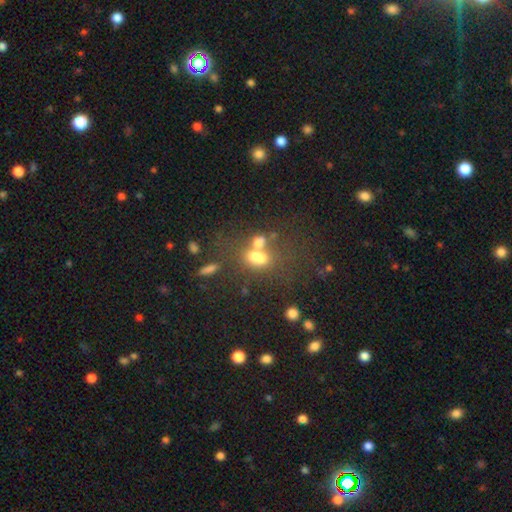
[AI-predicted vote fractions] Overall: smooth (66%). How rounded: in between (72%). Merging: merger (48%; none 33%).